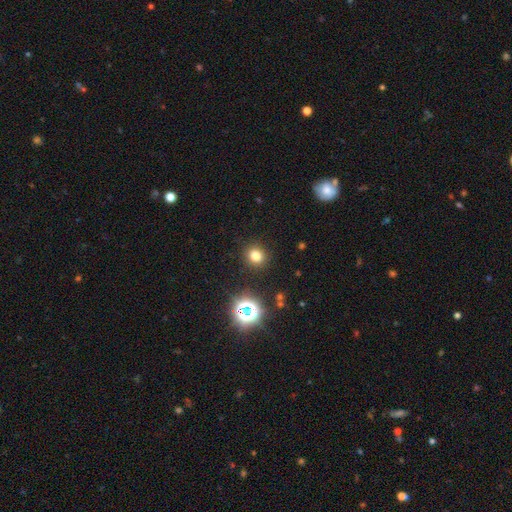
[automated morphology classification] Q: Smooth or featured?
A: smooth (75%); runner-up: star or artifact (19%)
Q: How rounded?
A: round (76%); runner-up: in between (23%)
Q: Merging?
A: none (89%); runner-up: minor disturbance (7%)